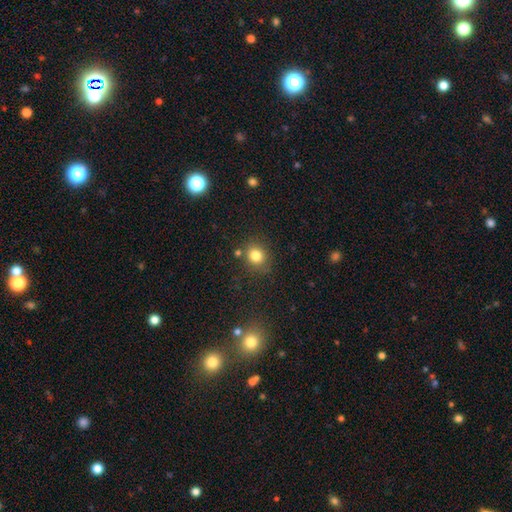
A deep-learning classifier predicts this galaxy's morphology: Smooth or featured: smooth — 81% (star or artifact — 13%)
How rounded: round — 80% (in between — 19%)
Merging: none — 79% (minor disturbance — 11%)